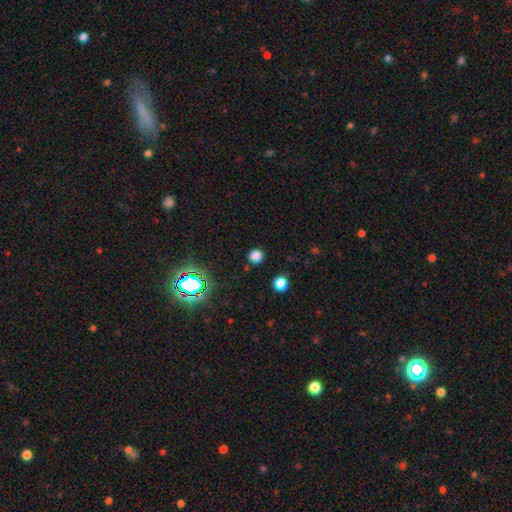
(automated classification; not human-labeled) Smooth or featured? Predicted: smooth (p=0.77). How rounded? Predicted: round (p=0.93). Merging? Predicted: none (p=0.90).